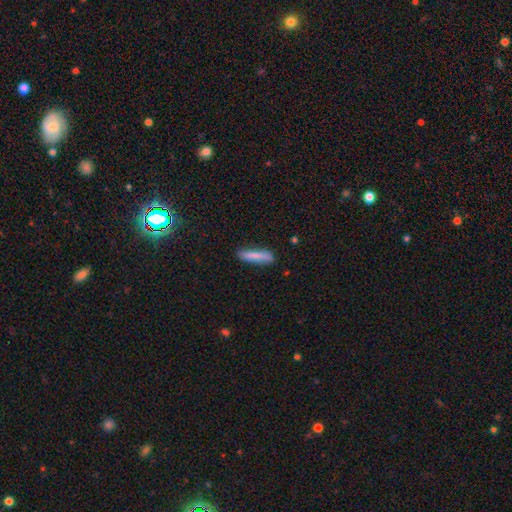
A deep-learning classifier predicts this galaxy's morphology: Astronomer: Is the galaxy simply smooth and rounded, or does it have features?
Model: smooth — 80%.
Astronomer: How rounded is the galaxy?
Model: cigar-shaped — 85%.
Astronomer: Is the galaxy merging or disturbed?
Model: none — 80%.